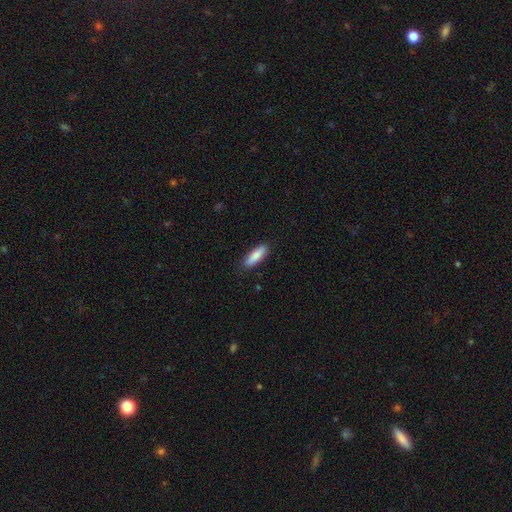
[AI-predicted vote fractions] A smooth galaxy with no disk features (85%) that is in between round and cigar-shaped (50%).

Vote fractions:
- Smooth or featured? smooth: 85% / featured or disk: 10% / star or artifact: 6%
- How rounded? in between: 50% / cigar-shaped: 48% / round: 2%
- Merging? none: 87% / minor disturbance: 10% / major disturbance: 2% / merger: 1%